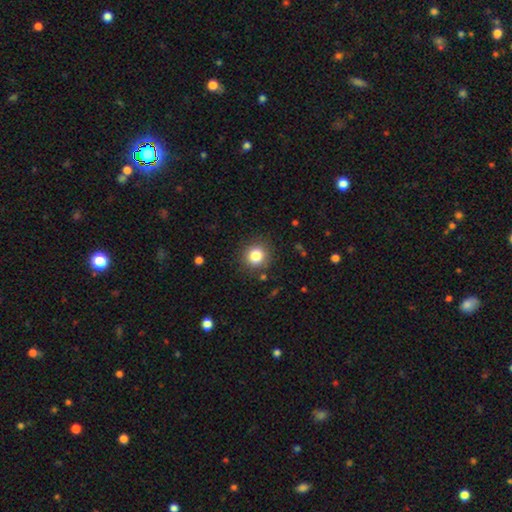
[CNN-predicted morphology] Smooth or featured: smooth — 83% (star or artifact — 11%)
How rounded: round — 91% (in between — 8%)
Merging: none — 87% (minor disturbance — 8%)